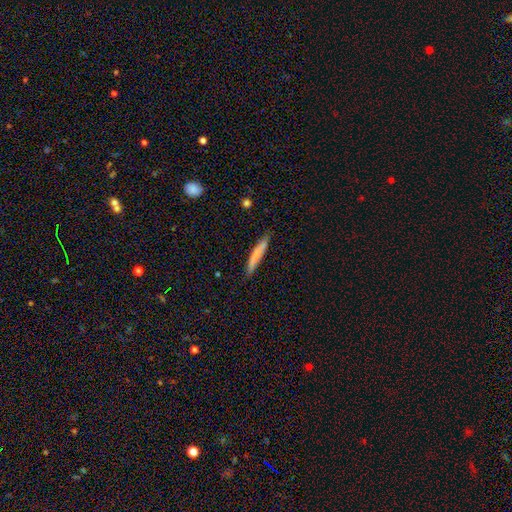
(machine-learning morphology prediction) type=smooth (70%); roundness=cigar-shaped (91%); merging=none (79%).